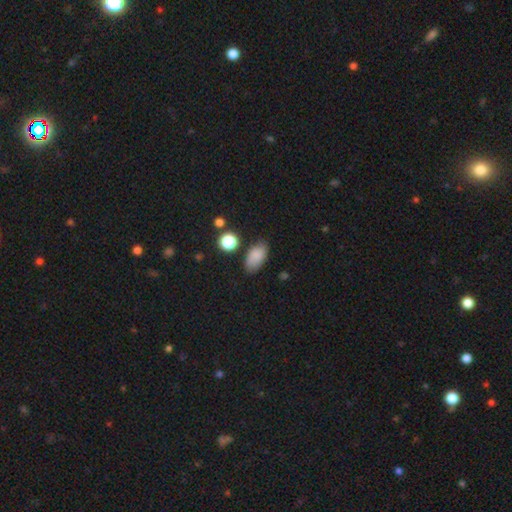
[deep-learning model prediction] Morphology: type=smooth (82%); roundness=in between (90%); merging=none (73%).